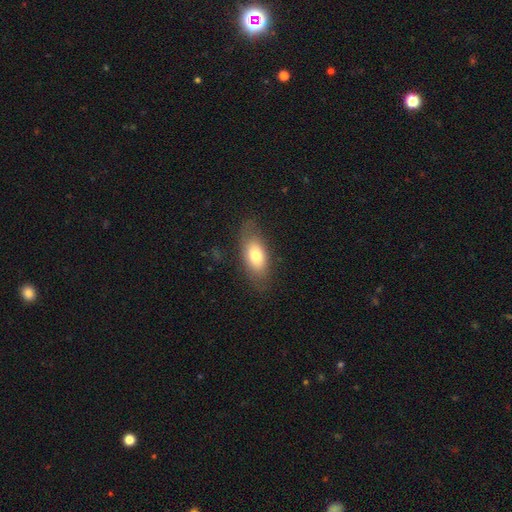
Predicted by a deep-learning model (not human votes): A smooth galaxy with no disk features (73%) that is in between round and cigar-shaped (87%). Merging: none (76%).